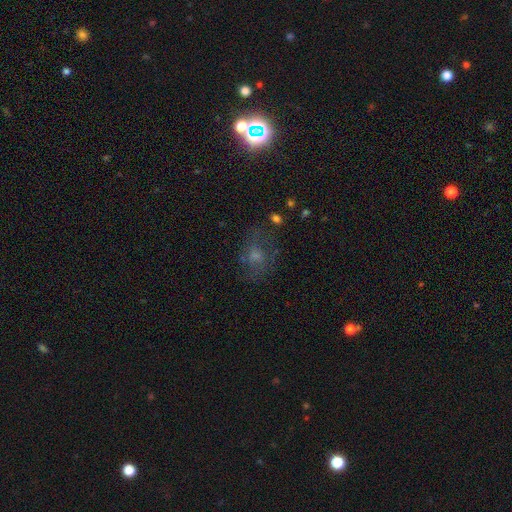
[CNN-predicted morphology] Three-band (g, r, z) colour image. It shows a smooth galaxy with no disk features (44%). Merging: none (57%).